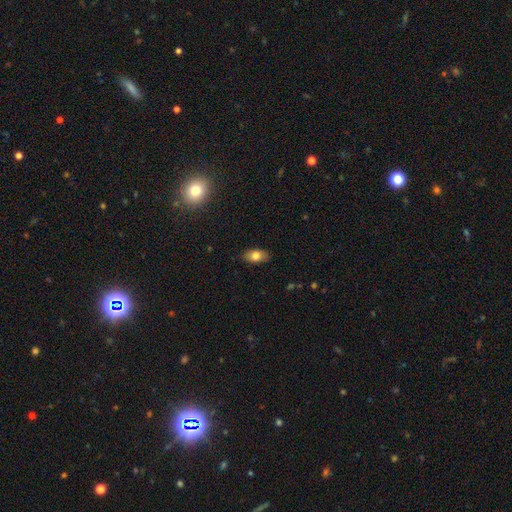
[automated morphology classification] The model was most divided on "smooth or featured": smooth: 80%, featured or disk: 12%, star or artifact: 8%. More confident: how rounded — in between (91%); merging — none (86%).